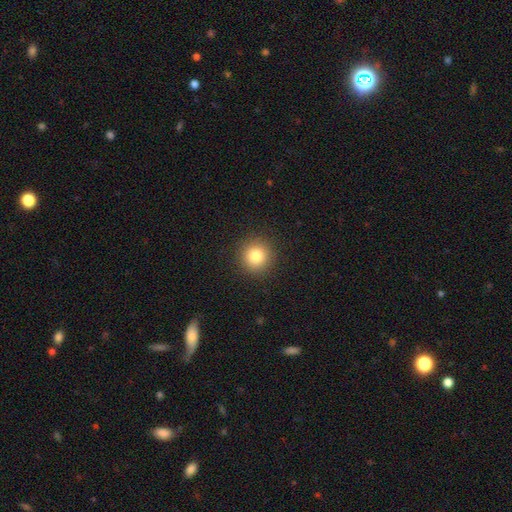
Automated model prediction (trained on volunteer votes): A smooth galaxy with no disk features (82%) that is round (92%). Merging: none (91%).